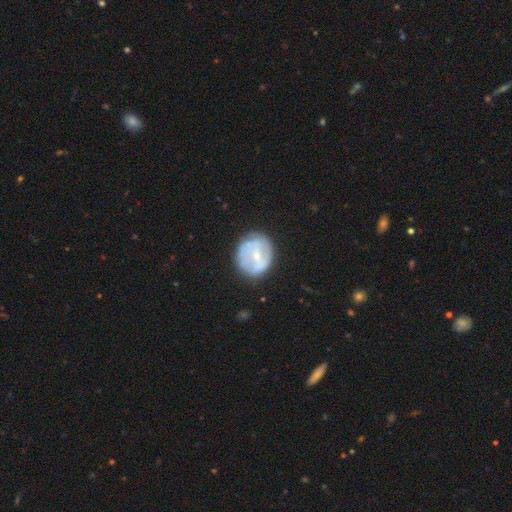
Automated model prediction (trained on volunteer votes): featured or disk 55%, smooth 38%, star or artifact 7%. Down the decision tree: edge-on disk — no (96%); bar — weak (42%); spiral arms — no (60%); bulge size — small (64%); merging — none (72%).